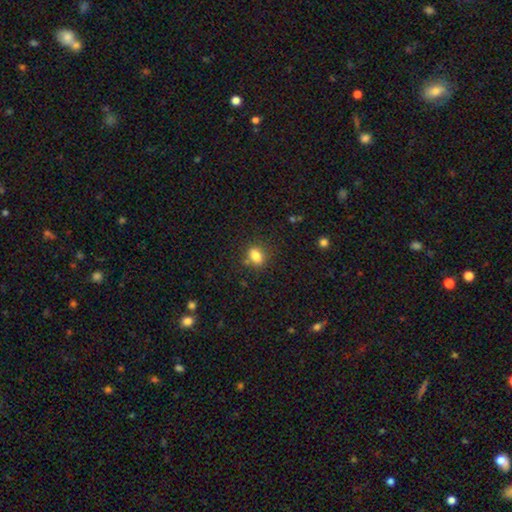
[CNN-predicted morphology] This appears to be a smooth galaxy with no disk features (82%) that is in between round and cigar-shaped (76%). Merging: none (75%).